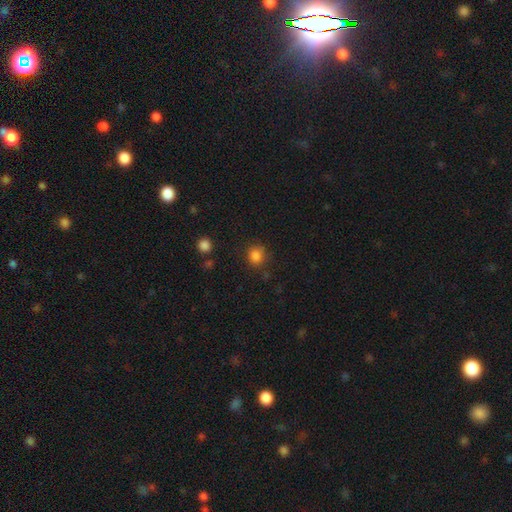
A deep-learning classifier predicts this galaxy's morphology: A smooth galaxy with no disk features (84%) that is round (83%). Merging: none (83%).